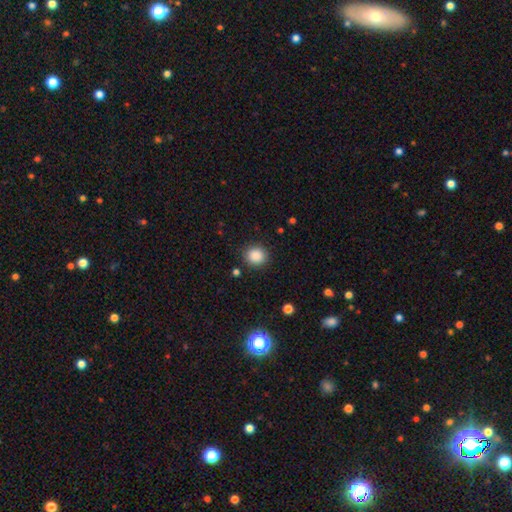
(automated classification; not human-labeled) Smooth or featured? Predicted: smooth (p=0.87). How rounded? Predicted: round (p=0.87). Merging? Predicted: none (p=0.88).